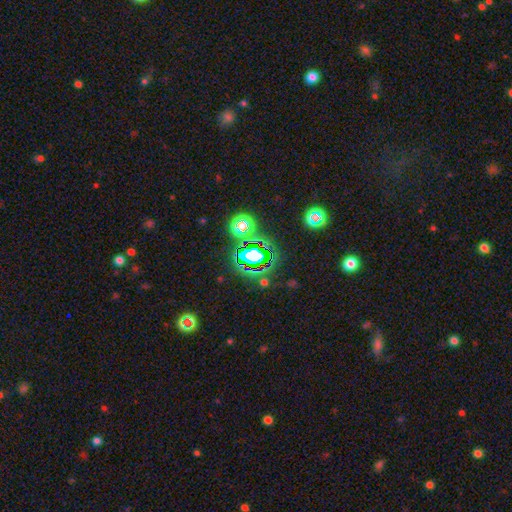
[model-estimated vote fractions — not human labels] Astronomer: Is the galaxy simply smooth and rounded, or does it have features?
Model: star or artifact — 64%.